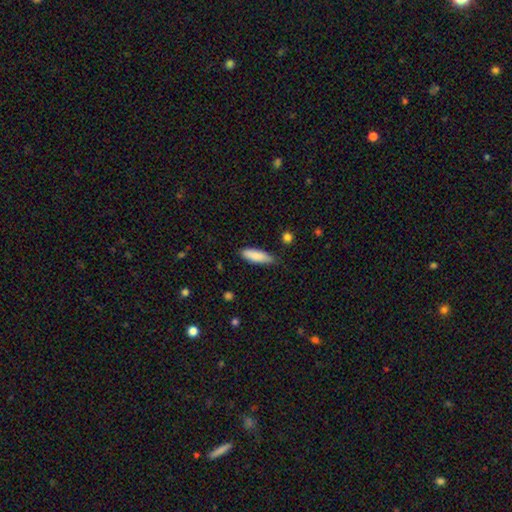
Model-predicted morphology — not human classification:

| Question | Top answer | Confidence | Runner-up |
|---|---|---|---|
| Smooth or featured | smooth | 84% | featured or disk (10%) |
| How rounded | in between | 51% | cigar-shaped (47%) |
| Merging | none | 75% | minor disturbance (20%) |